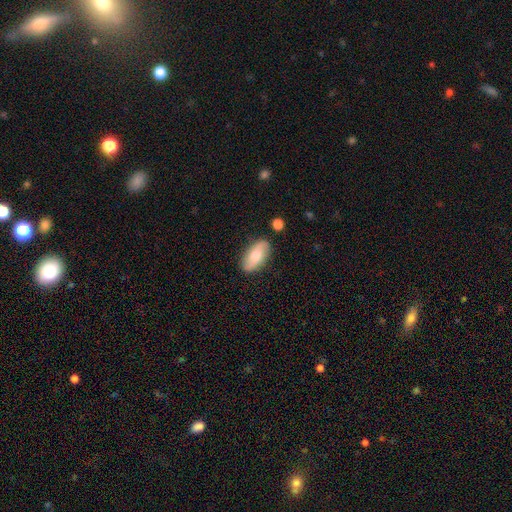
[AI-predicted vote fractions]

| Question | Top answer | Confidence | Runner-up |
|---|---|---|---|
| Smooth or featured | smooth | 61% | featured or disk (33%) |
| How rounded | in between | 92% | cigar-shaped (5%) |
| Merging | none | 82% | minor disturbance (12%) |